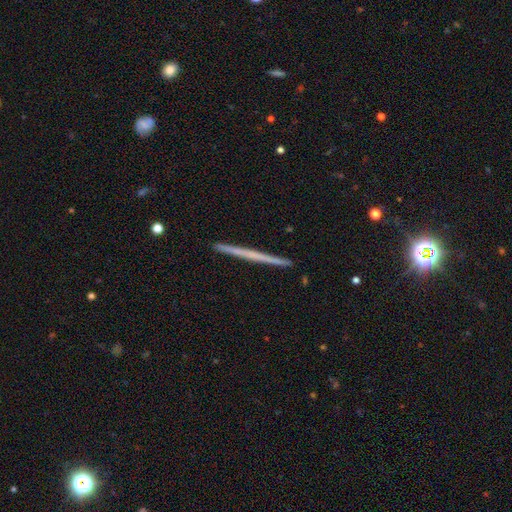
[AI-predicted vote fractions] Smooth or featured? Predicted: featured or disk (p=0.57). Edge-on disk? Predicted: yes (p=0.98). Edge-on bulge? Predicted: none (p=0.88). Merging? Predicted: none (p=0.93).